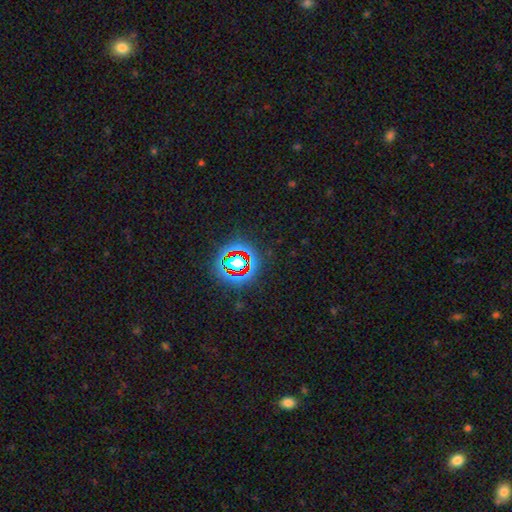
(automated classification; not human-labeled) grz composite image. It shows a star or artifact, not a galaxy (72%).